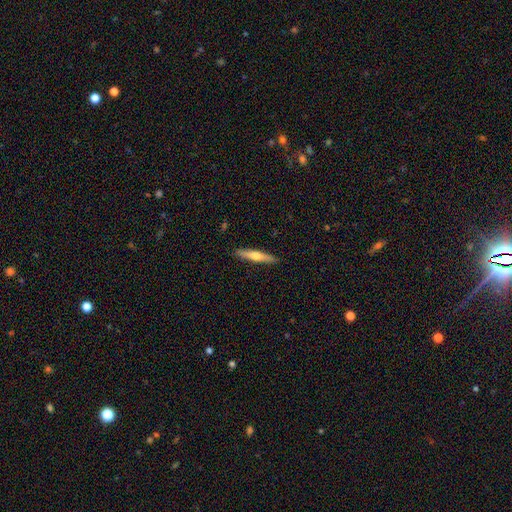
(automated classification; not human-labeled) Morphology: type=featured or disk (51%); edge-on=yes (96%); merging=none (91%).